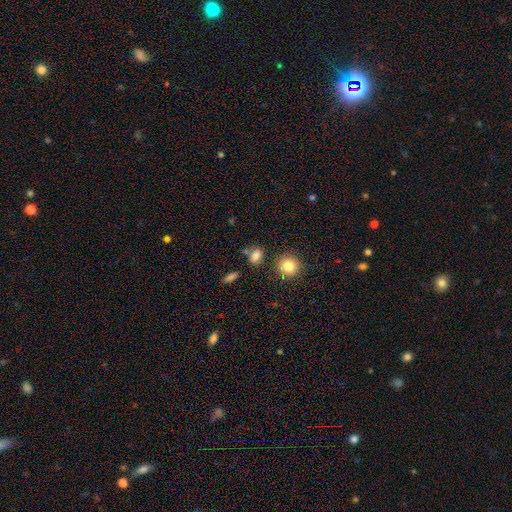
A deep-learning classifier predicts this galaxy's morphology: A smooth galaxy with no disk features (82%) that is in between round and cigar-shaped (60%).

Vote fractions:
- Smooth or featured? smooth: 82% / star or artifact: 12% / featured or disk: 6%
- How rounded? in between: 60% / round: 37% / cigar-shaped: 3%
- Merging? none: 67% / merger: 14% / minor disturbance: 14% / major disturbance: 5%